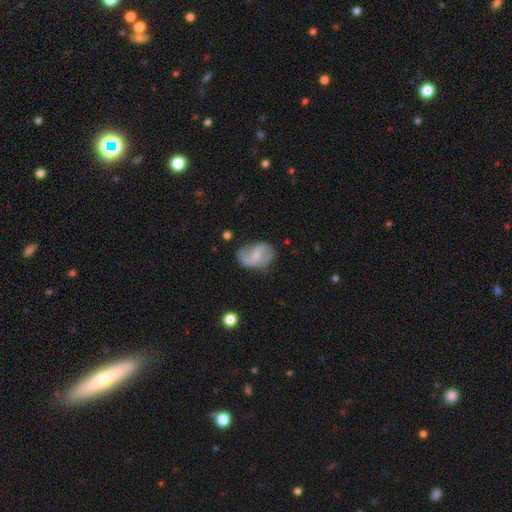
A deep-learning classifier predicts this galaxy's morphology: smooth_or_featured: featured or disk (p=0.67) [alt: smooth p=0.26]
disk_edge_on: no (p=0.97) [alt: yes p=0.03]
bar: weak (p=0.48) [alt: no p=0.35]
has_spiral_arms: yes (p=0.86) [alt: no p=0.14]
spiral_winding: loose (p=0.48) [alt: medium p=0.39]
spiral_arm_count: 2 (p=0.83) [alt: can't tell p=0.09]
bulge_size: small (p=0.49) [alt: moderate p=0.28]
merging: none (p=0.57) [alt: minor disturbance p=0.26]